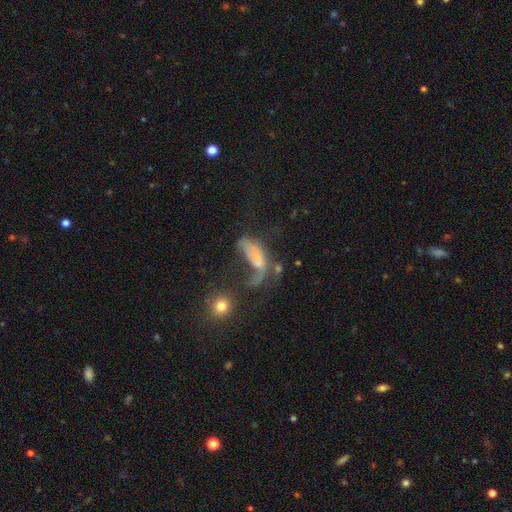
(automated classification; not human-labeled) The model was most divided on "smooth or featured": featured or disk: 46%, smooth: 40%, star or artifact: 14%. Remaining: merging — major disturbance (44%).